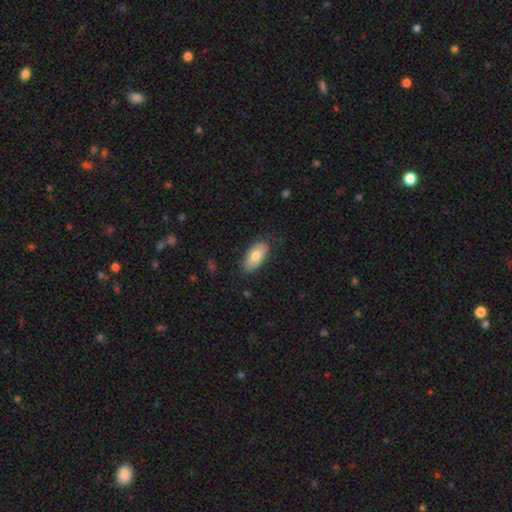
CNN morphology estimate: The model was most divided on "smooth or featured": smooth: 73%, featured or disk: 21%, star or artifact: 6%. More confident: how rounded — in between (93%); merging — none (77%).